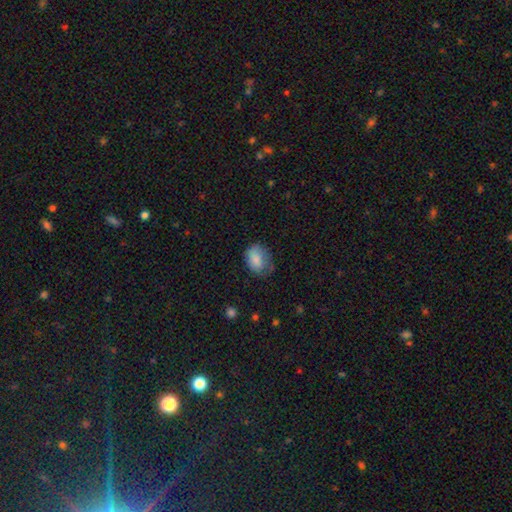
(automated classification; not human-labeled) Smooth or featured?
  - smooth: 83% *
  - featured or disk: 9%
  - star or artifact: 8%
How rounded?
  - in between: 76% *
  - round: 23%
  - cigar-shaped: 1%
Merging?
  - none: 54% *
  - minor disturbance: 32%
  - major disturbance: 12%
  - merger: 2%